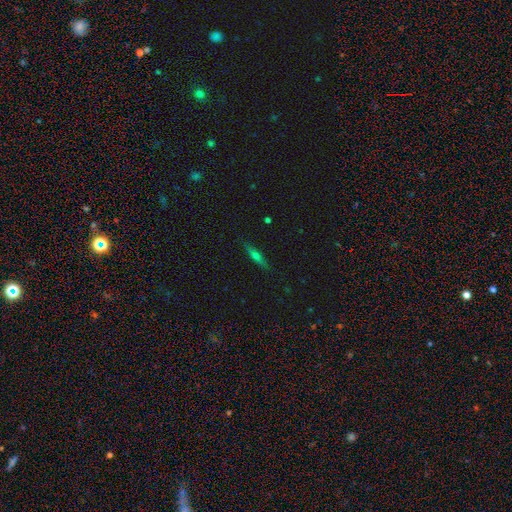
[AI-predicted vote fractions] Overall: featured or disk (53%; smooth 39%). Edge-on disk: yes (94%). Merging: none (89%).